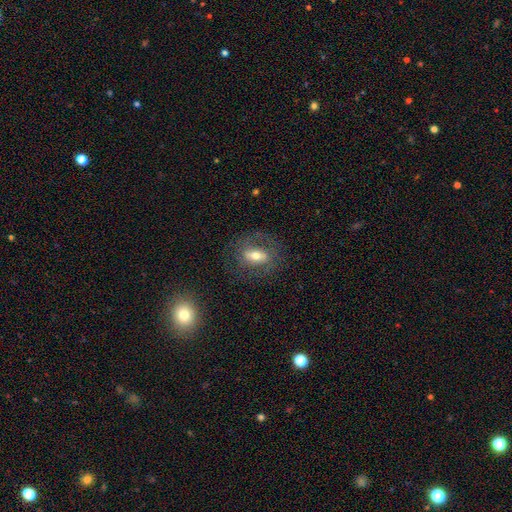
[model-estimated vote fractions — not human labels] smooth-or-featured: featured or disk: 50% | smooth: 40% | star or artifact: 10%
  disk-edge-on: no: 79% | yes: 21%
  merging: none: 72% | minor disturbance: 15% | major disturbance: 11% | merger: 2%